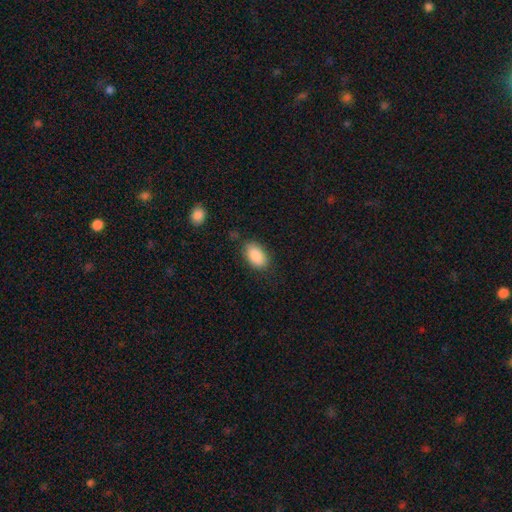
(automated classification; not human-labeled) The model was most divided on "merging": none: 80%, minor disturbance: 14%, major disturbance: 4%, merger: 2%. More confident: how rounded — in between (93%); smooth or featured — smooth (88%).